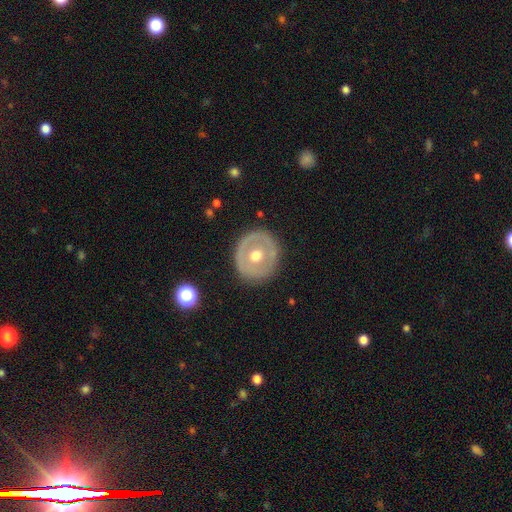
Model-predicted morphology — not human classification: A featured or disk galaxy (54%) with no bar (86%), no spiral arms (89%) and a moderate central bulge (79%).

Vote fractions:
- Smooth or featured? featured or disk: 54% / smooth: 40% / star or artifact: 6%
- Edge-on disk? no: 94% / yes: 6%
- Bar? no: 86% / weak: 10% / strong: 4%
- Spiral arms? no: 89% / yes: 11%
- Bulge size? moderate: 79% / small: 12% / large: 7% / dominant: 1% / none: 1%
- Merging? none: 84% / minor disturbance: 11% / major disturbance: 4% / merger: 1%